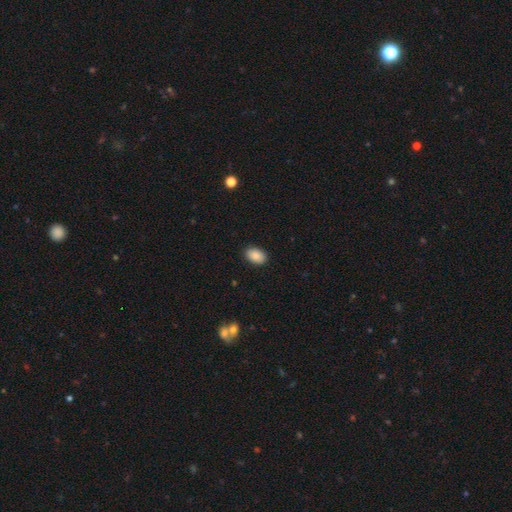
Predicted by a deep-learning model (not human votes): Smooth or featured? smooth (89%)
How rounded? in between (88%)
Merging? none (89%)